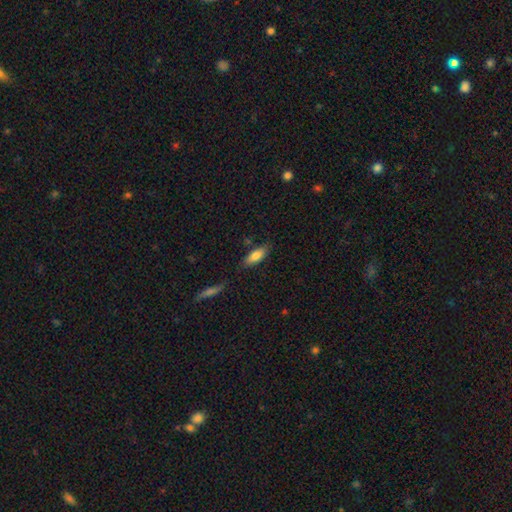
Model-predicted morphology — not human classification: This appears to be a smooth galaxy with no disk features (80%) that is in between round and cigar-shaped (69%). Merging: none (78%).